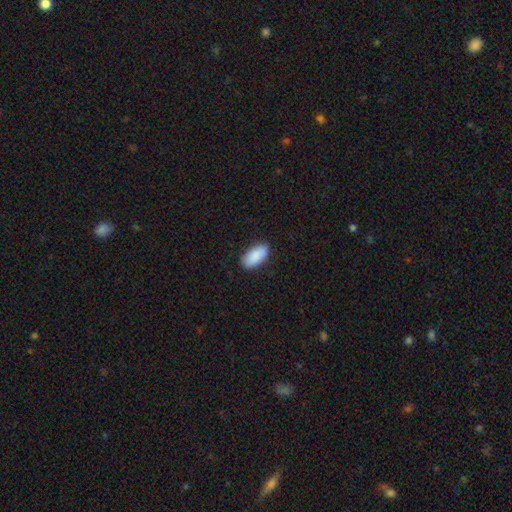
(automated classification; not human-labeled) Smooth or featured? smooth (90%)
How rounded? in between (92%)
Merging? none (87%)